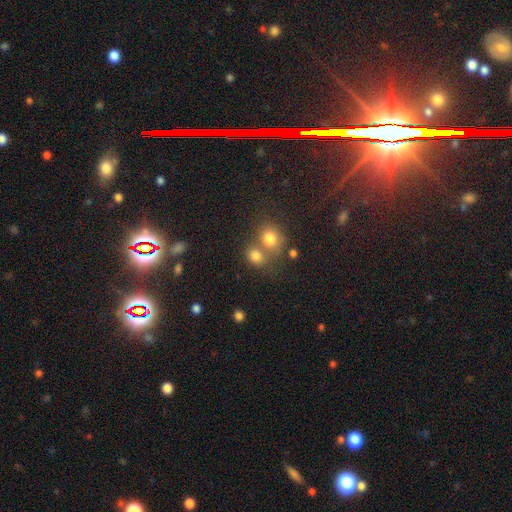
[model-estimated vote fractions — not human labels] Smooth or featured? smooth (78%)
How rounded? round (62%)
Merging? none (44%)